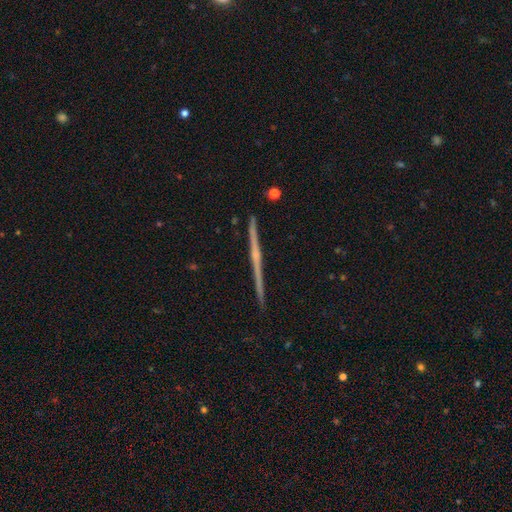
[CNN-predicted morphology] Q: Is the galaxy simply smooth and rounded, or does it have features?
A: featured or disk — 79%.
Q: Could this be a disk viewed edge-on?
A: yes — 99%.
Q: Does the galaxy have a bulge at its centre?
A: none — 49%.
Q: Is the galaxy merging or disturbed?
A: none — 93%.